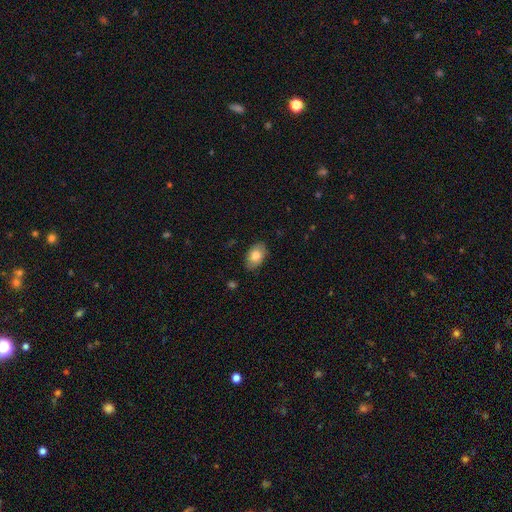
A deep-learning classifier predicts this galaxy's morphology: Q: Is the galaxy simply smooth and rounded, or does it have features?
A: smooth — 79%.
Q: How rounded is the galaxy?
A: in between — 89%.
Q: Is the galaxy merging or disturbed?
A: none — 85%.